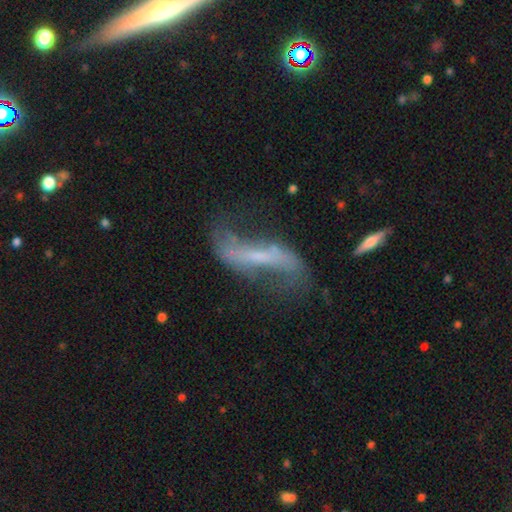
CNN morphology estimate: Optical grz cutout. It shows a featured or disk galaxy (78%) with a strong bar (53%), 2 (89%) loose (87%) spiral arms (84%) and a small central bulge (48%). Merging: none (55%).